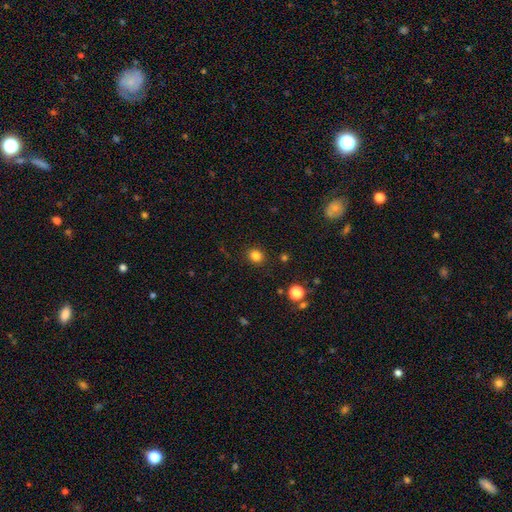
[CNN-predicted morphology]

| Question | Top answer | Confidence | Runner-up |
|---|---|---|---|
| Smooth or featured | smooth | 82% | star or artifact (13%) |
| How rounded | round | 70% | in between (29%) |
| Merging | none | 88% | minor disturbance (8%) |